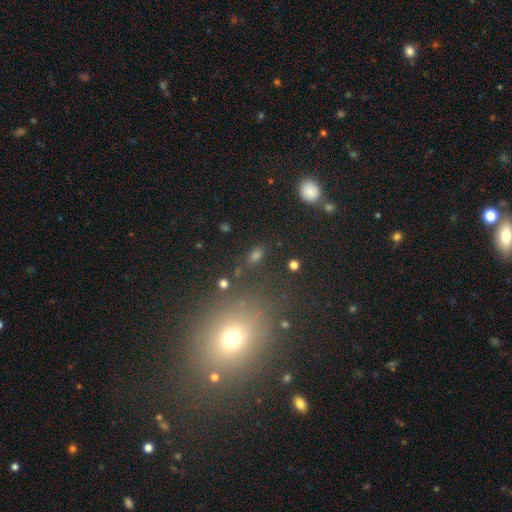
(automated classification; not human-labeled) A smooth galaxy with no disk features (66%) that is in between round and cigar-shaped (72%). Merging: none (77%).